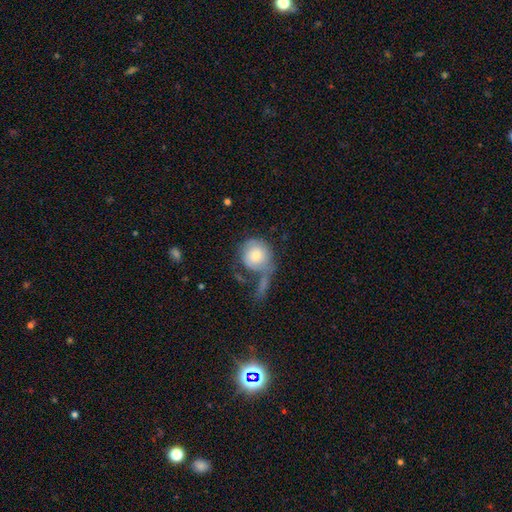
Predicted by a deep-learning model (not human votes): This appears to be a smooth galaxy with no disk features (66%) that is round (86%). Merging: none (31%).